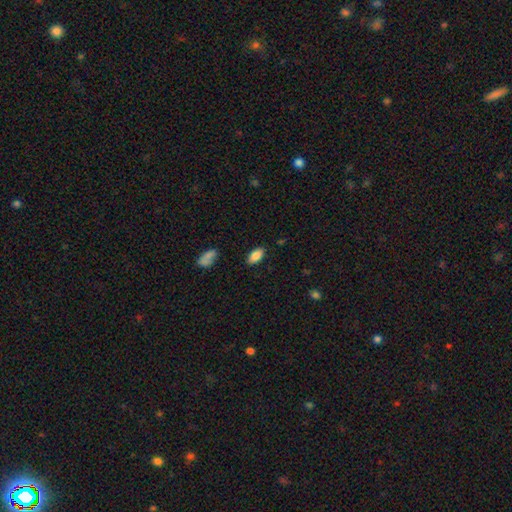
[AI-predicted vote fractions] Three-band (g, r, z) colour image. It shows a smooth galaxy with no disk features (86%) that is in between round and cigar-shaped (91%). Merging: none (86%).